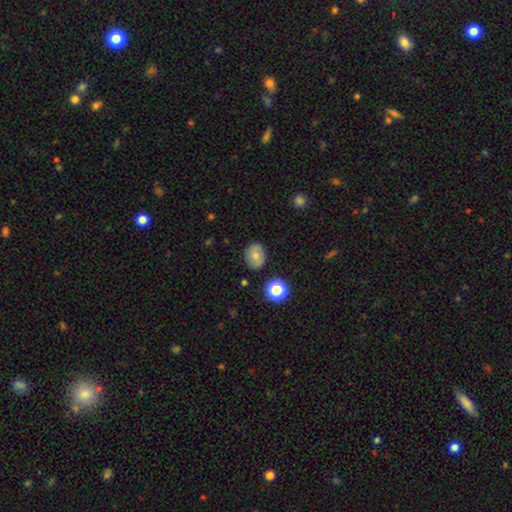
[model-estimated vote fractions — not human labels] A smooth galaxy with no disk features (69%) that is in between round and cigar-shaped (50%). Merging: none (83%).